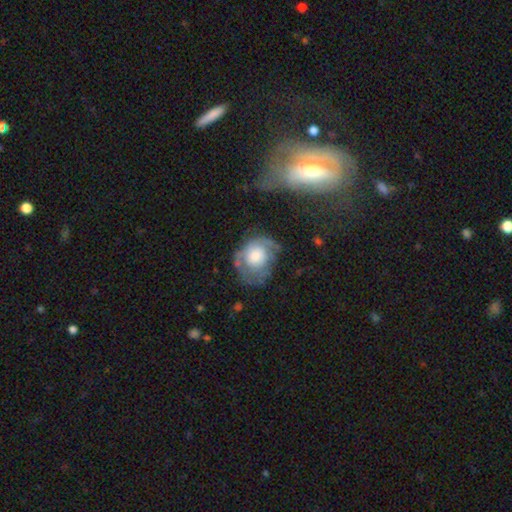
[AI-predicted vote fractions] Smooth or featured? featured or disk (54%)
Edge-on disk? no (97%)
Bar? no (82%)
Spiral arms? yes (67%)
Bulge size? large (47%)
Merging? none (48%)